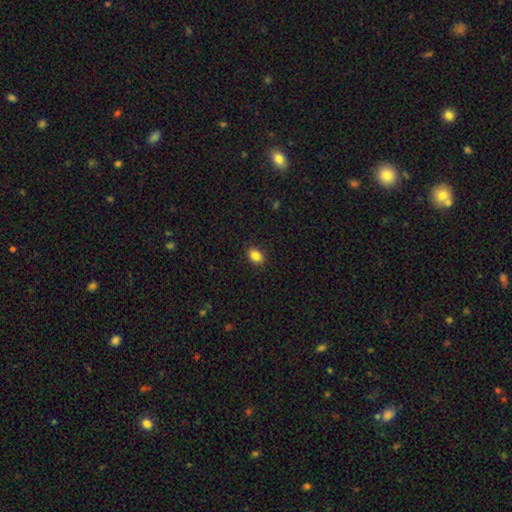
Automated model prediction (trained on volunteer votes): This is clearly a smooth galaxy (85%). How rounded: likely in between (74%). Merging: clearly none (88%).